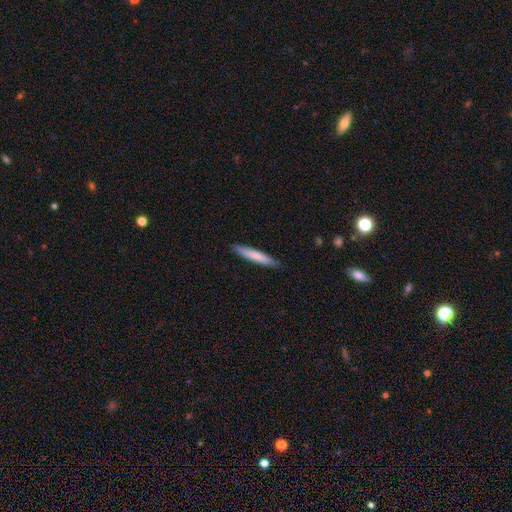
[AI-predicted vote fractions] Smooth or featured?
  - smooth: 76% *
  - featured or disk: 18%
  - star or artifact: 5%
How rounded?
  - cigar-shaped: 93% *
  - in between: 6%
  - round: 1%
Merging?
  - none: 89% *
  - minor disturbance: 9%
  - major disturbance: 1%
  - merger: 1%